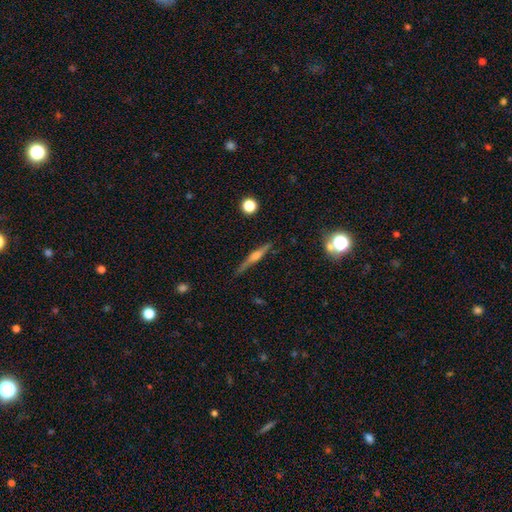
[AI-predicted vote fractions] A featured or disk galaxy (68%) viewed edge-on (97%) with a rounded central bulge (71%). Merging: none (83%).